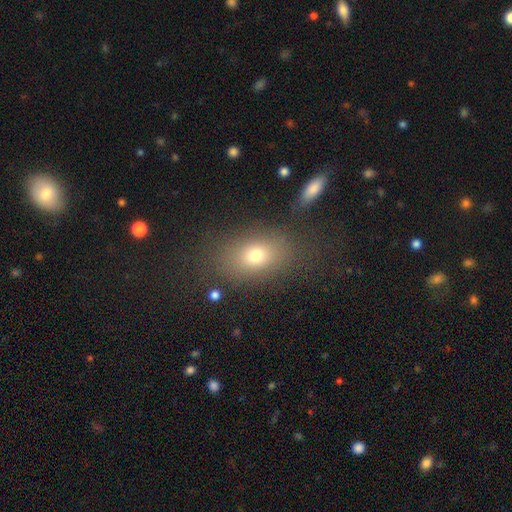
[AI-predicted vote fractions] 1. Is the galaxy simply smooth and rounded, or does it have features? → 73% smooth, 14% star or artifact, 13% featured or disk.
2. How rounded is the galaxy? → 74% in between, 24% round, 2% cigar-shaped.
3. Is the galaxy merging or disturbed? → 77% none, 12% minor disturbance, 7% major disturbance, 3% merger.